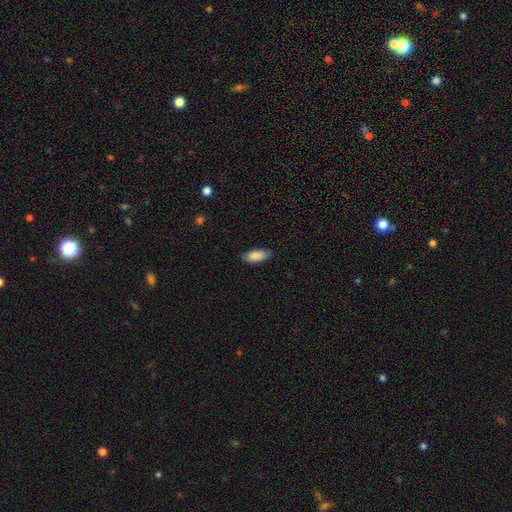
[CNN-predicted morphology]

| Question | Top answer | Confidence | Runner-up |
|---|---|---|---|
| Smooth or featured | smooth | 89% | star or artifact (6%) |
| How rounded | in between | 86% | cigar-shaped (12%) |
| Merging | none | 83% | minor disturbance (14%) |